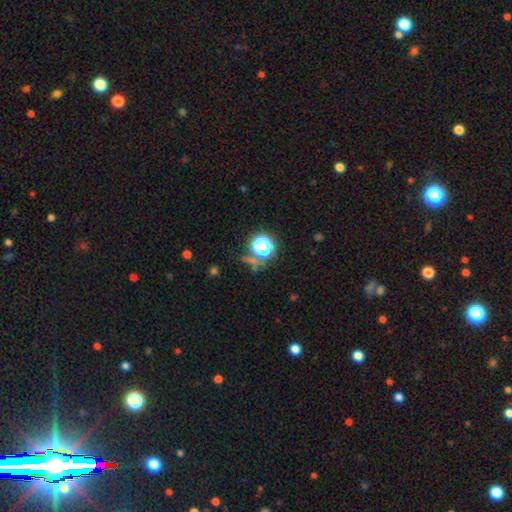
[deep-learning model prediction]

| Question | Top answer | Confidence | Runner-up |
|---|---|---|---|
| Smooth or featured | star or artifact | 67% | smooth (24%) |